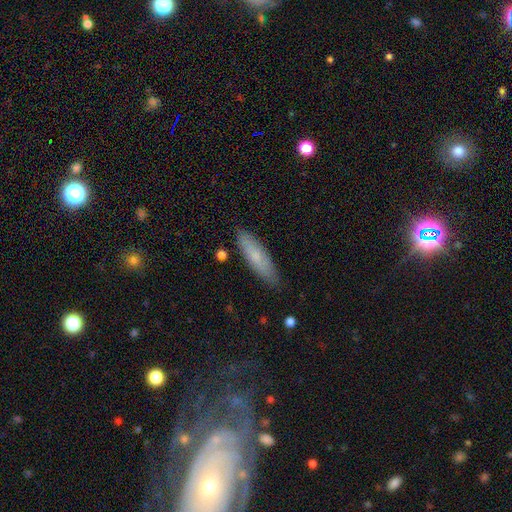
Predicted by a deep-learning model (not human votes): A smooth galaxy with no disk features (72%) that is cigar-shaped (65%).

Vote fractions:
- Smooth or featured? smooth: 72% / featured or disk: 21% / star or artifact: 7%
- How rounded? cigar-shaped: 65% / in between: 33% / round: 2%
- Merging? none: 85% / minor disturbance: 12% / major disturbance: 2% / merger: 2%